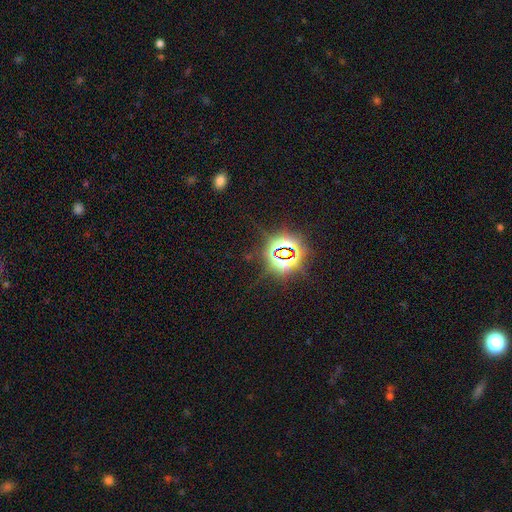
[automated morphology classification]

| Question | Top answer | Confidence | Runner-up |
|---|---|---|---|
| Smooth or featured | star or artifact | 81% | smooth (11%) |